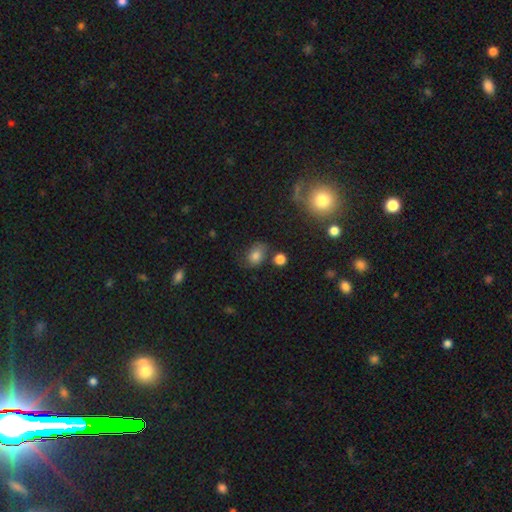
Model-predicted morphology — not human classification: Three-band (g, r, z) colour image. It shows a smooth galaxy with no disk features (75%) that is in between round and cigar-shaped (70%). Merging: none (62%).